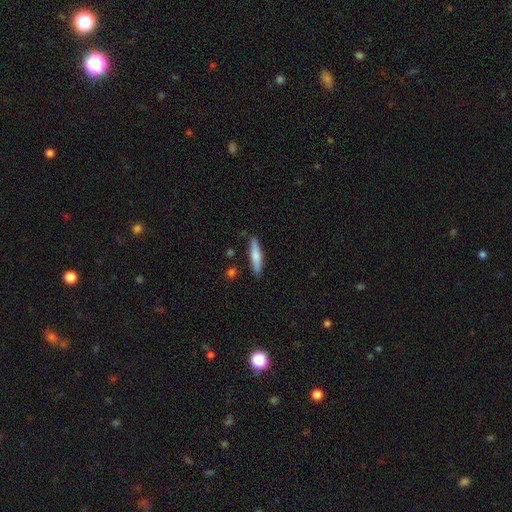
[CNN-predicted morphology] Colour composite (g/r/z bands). It shows a smooth galaxy with no disk features (71%) that is cigar-shaped (80%). Merging: none (86%).